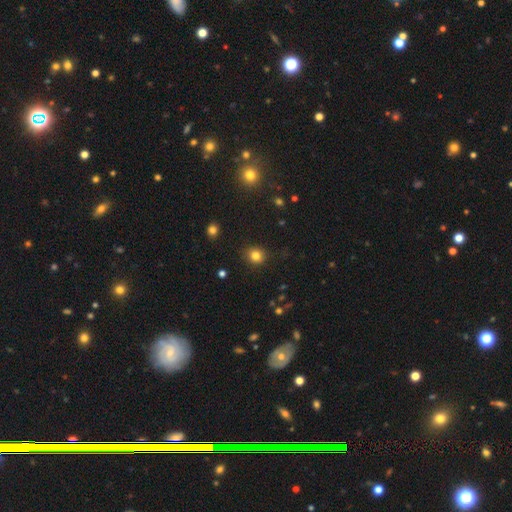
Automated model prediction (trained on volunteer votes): Smooth or featured: smooth — 82% (star or artifact — 13%)
How rounded: round — 81% (in between — 18%)
Merging: none — 88% (minor disturbance — 9%)